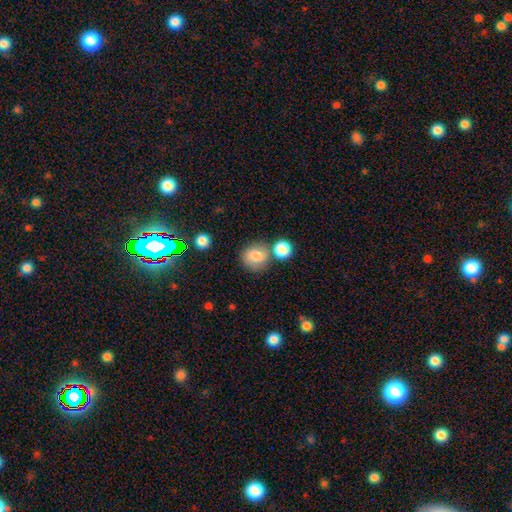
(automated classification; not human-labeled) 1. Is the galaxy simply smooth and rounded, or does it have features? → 80% smooth, 10% featured or disk, 9% star or artifact.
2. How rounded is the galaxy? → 83% round, 16% in between, 1% cigar-shaped.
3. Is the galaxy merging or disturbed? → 66% none, 17% merger, 13% minor disturbance, 4% major disturbance.